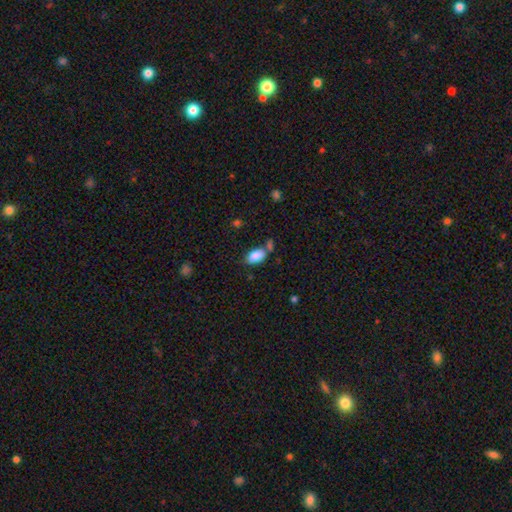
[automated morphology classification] A smooth galaxy with no disk features (86%) that is in between round and cigar-shaped (93%). Merging: none (61%).